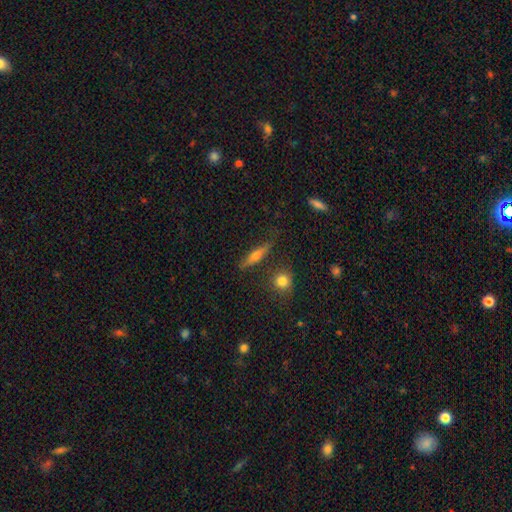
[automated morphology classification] Overall: featured or disk (49%; smooth 43%). Merging: none (82%).